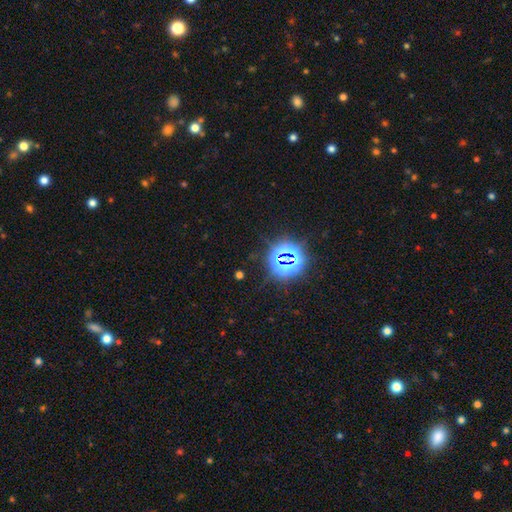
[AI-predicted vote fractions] Smooth or featured: star or artifact — 79% (smooth — 13%)